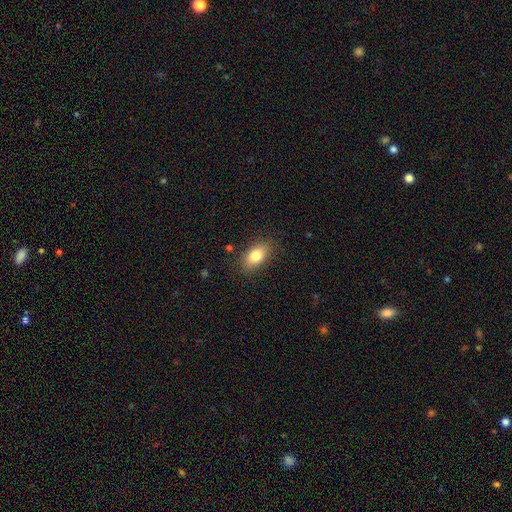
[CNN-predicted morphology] The model was most divided on "smooth or featured": smooth: 81%, featured or disk: 11%, star or artifact: 8%. More confident: how rounded — in between (88%); merging — none (84%).